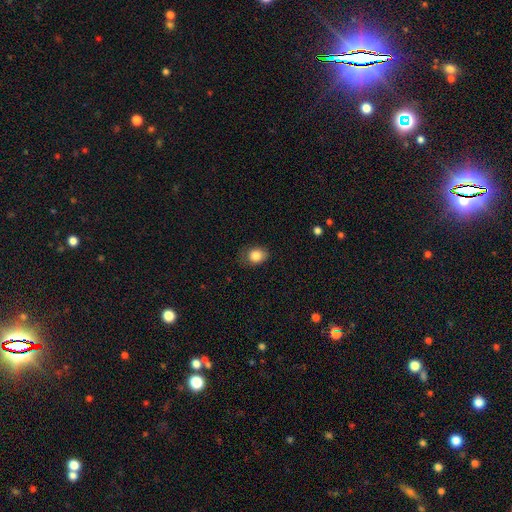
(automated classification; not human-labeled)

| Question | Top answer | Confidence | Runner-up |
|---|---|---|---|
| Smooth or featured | smooth | 85% | star or artifact (9%) |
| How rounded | in between | 51% | round (48%) |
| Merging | none | 68% | minor disturbance (24%) |